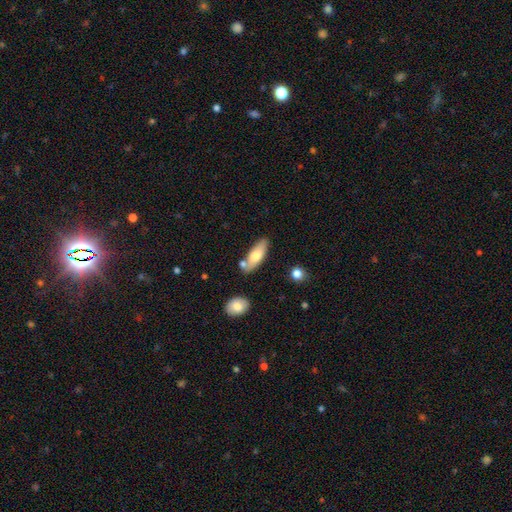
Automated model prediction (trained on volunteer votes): smooth 71%, featured or disk 23%, star or artifact 6%. Down the decision tree: how rounded — in between (67%); merging — none (70%).